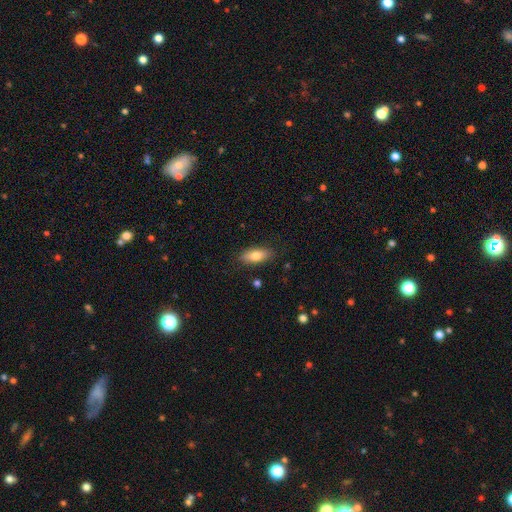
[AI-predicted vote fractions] smooth-or-featured: smooth: 77% | featured or disk: 16% | star or artifact: 7%
  how-rounded: in between: 78% | cigar-shaped: 19% | round: 3%
  merging: none: 85% | minor disturbance: 11% | major disturbance: 2% | merger: 1%